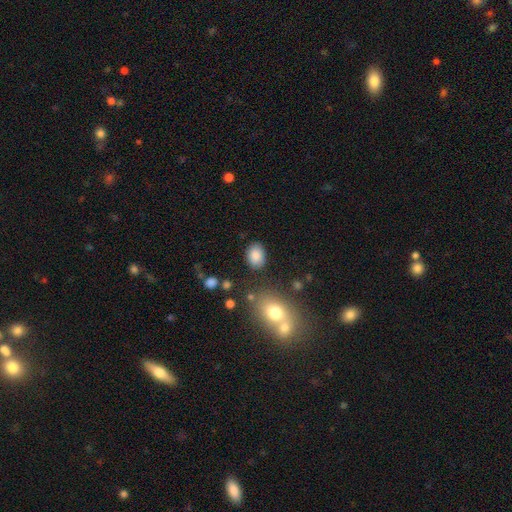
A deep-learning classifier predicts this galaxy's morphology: Q: Smooth or featured?
A: smooth (85%); runner-up: star or artifact (9%)
Q: How rounded?
A: in between (70%); runner-up: round (29%)
Q: Merging?
A: none (82%); runner-up: minor disturbance (12%)